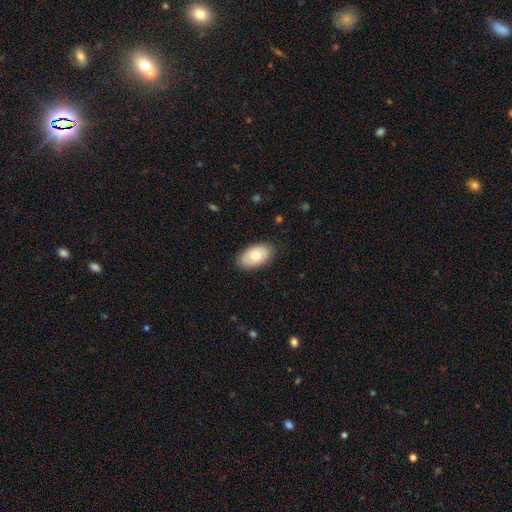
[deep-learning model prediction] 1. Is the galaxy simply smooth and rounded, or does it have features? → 68% smooth, 26% featured or disk, 6% star or artifact.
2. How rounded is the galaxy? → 93% in between, 6% round, 1% cigar-shaped.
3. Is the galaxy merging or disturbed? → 84% none, 12% minor disturbance, 3% major disturbance, 1% merger.